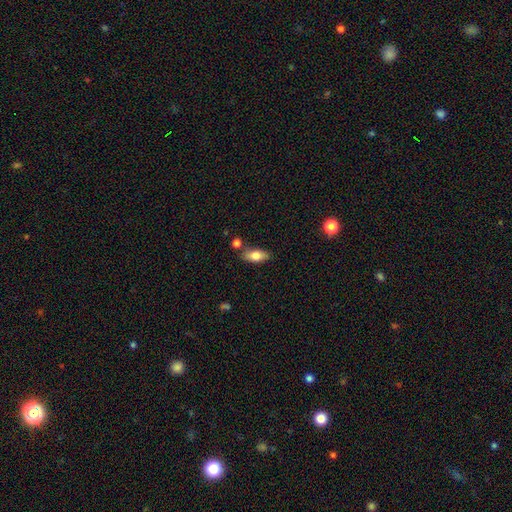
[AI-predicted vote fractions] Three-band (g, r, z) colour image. It shows a smooth galaxy with no disk features (77%) that is in between round and cigar-shaped (85%). Merging: none (76%).